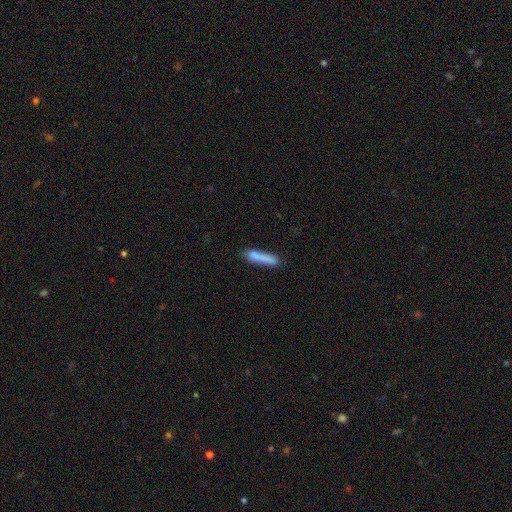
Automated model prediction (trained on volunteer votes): Morphology: type=smooth (76%); roundness=cigar-shaped (88%); merging=none (67%).